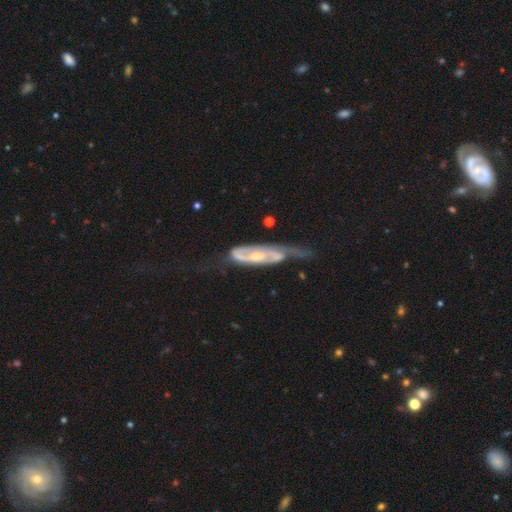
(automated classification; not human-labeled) smooth-or-featured: featured or disk: 80% | smooth: 14% | star or artifact: 5%
  disk-edge-on: no: 82% | yes: 18%
    bar: no: 49% | weak: 36% | strong: 15%
    has-spiral-arms: yes: 91% | no: 9%
      spiral-winding: medium: 42% | tight: 38% | loose: 20%
      spiral-arm-count: 2: 68% | can't tell: 15% | 1: 13% | 3: 2% | 4: 1% | more than 4: 1%
    bulge-size: moderate: 47% | small: 39% | none: 7% | large: 6% | dominant: 1%
  merging: none: 34% | major disturbance: 32% | minor disturbance: 29% | merger: 5%